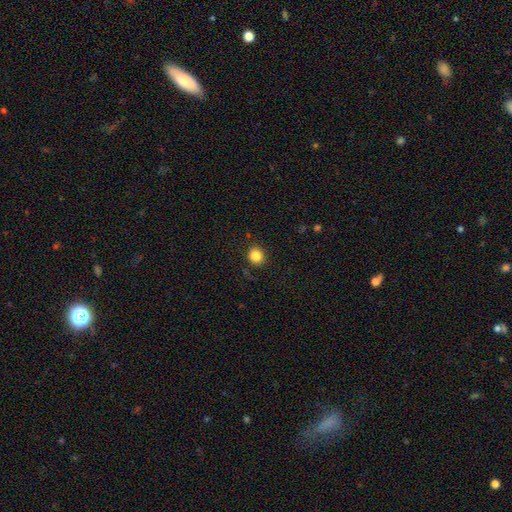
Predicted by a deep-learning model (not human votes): The model was most divided on "how rounded": round: 77%, in between: 22%, cigar-shaped: 1%. More confident: merging — none (86%); smooth or featured — smooth (85%).